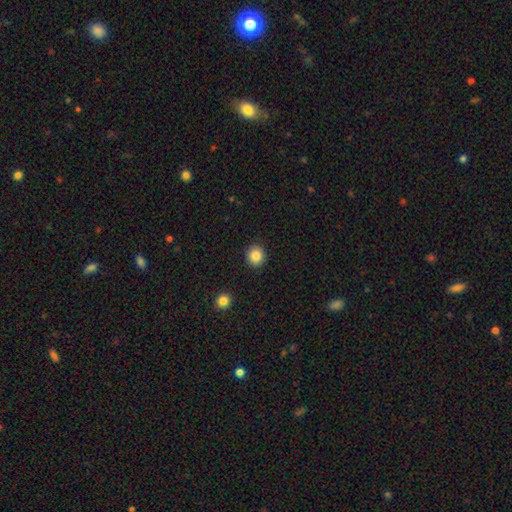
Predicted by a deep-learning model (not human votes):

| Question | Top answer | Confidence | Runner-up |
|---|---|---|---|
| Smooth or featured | smooth | 86% | star or artifact (9%) |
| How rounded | round | 88% | in between (11%) |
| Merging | none | 92% | minor disturbance (5%) |